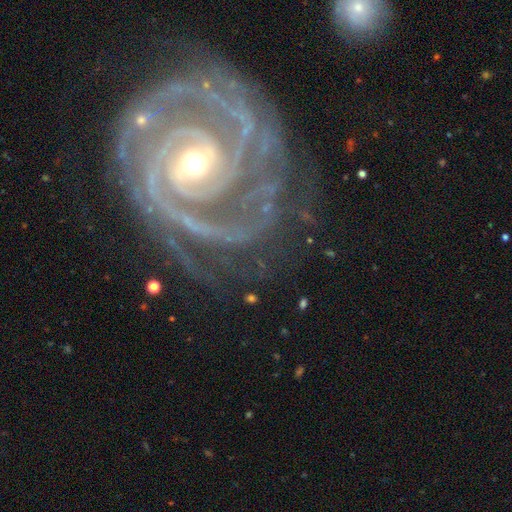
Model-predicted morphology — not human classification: Smooth or featured: featured or disk — 93% (star or artifact — 5%)
Edge-on disk: no — 97% (yes — 3%)
Bar: no — 49% (weak — 29%)
Spiral arms: yes — 99% (no — 1%)
Spiral winding: tight — 81% (medium — 17%)
Spiral arm count: 2 — 37% (3 — 26%)
Bulge size: moderate — 51% (small — 45%)
Merging: none — 73% (minor disturbance — 17%)